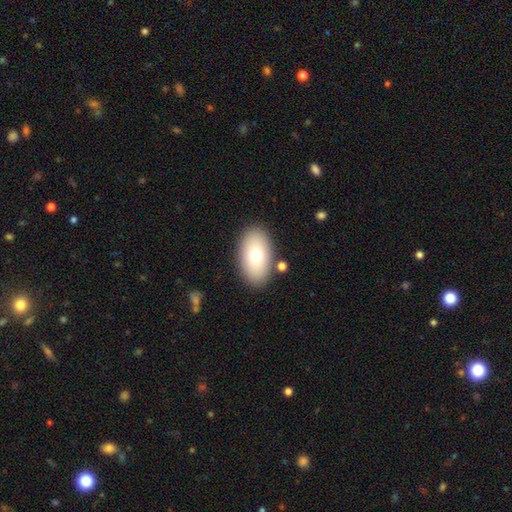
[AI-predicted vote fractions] smooth_or_featured: smooth (p=0.72) [alt: featured or disk p=0.20]
how_rounded: in between (p=0.92) [alt: round p=0.06]
merging: none (p=0.85) [alt: minor disturbance p=0.09]